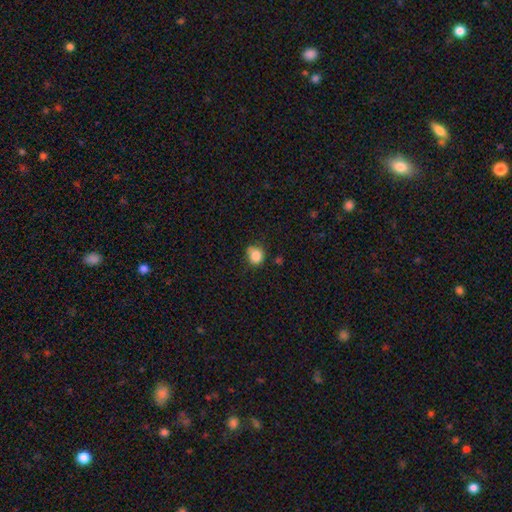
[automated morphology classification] Smooth or featured: smooth — 84% (star or artifact — 10%)
How rounded: round — 80% (in between — 20%)
Merging: none — 59% (minor disturbance — 28%)